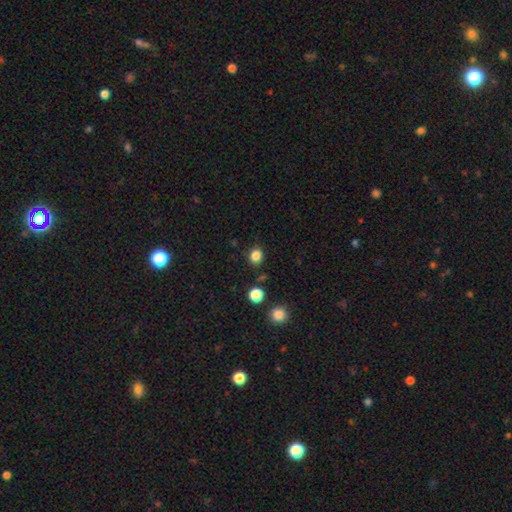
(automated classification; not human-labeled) Morphology: type=smooth (84%); roundness=round (67%); merging=none (84%).